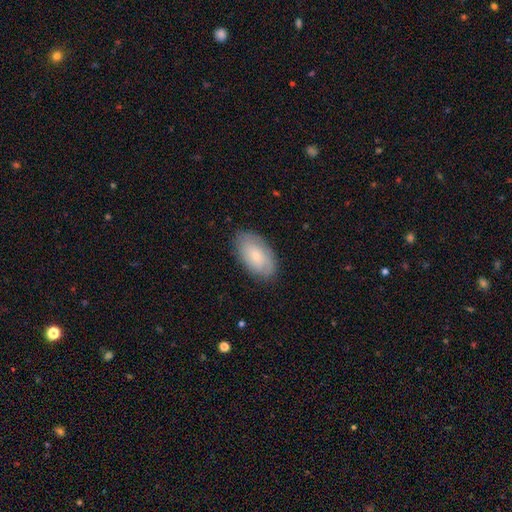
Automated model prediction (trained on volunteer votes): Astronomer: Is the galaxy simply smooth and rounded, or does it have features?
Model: smooth — 59% (runner-up: featured or disk, 34%).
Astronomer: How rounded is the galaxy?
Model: in between — 93%.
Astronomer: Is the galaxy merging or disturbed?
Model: none — 83%.